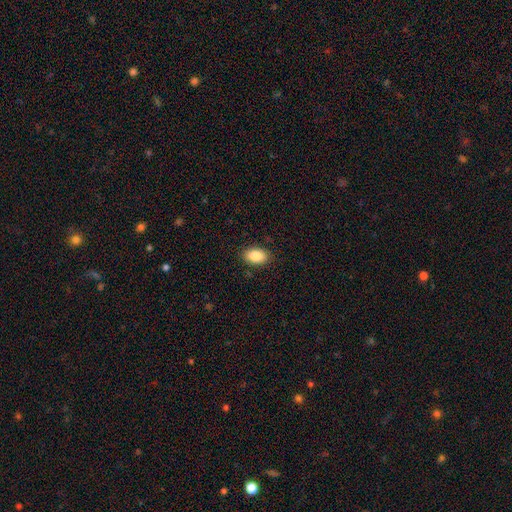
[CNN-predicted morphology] smooth 88%, star or artifact 7%, featured or disk 5%. Down the decision tree: how rounded — in between (91%); merging — none (88%).